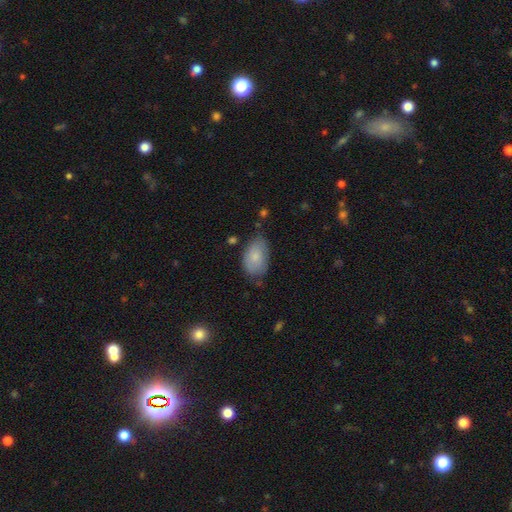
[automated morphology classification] smooth_or_featured: smooth (p=0.80) [alt: featured or disk p=0.14]
how_rounded: in between (p=0.90) [alt: round p=0.09]
merging: none (p=0.56) [alt: minor disturbance p=0.33]